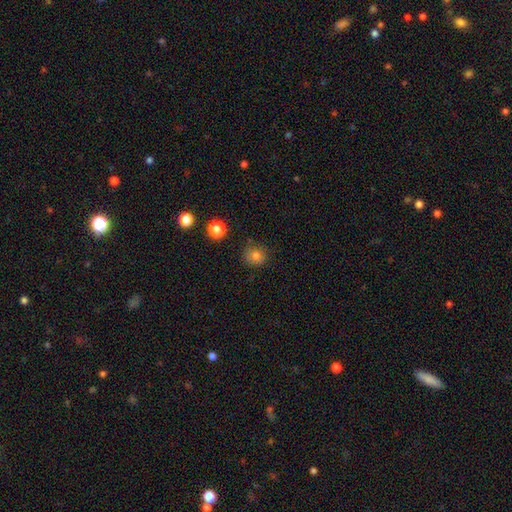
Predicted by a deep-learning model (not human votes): This appears to be a smooth galaxy with no disk features (79%) that is round (86%). Merging: none (79%).